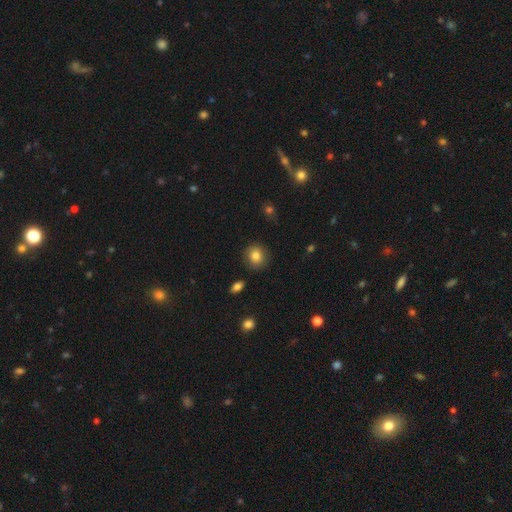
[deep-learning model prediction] Q: Smooth or featured?
A: smooth (83%); runner-up: star or artifact (9%)
Q: How rounded?
A: round (81%); runner-up: in between (18%)
Q: Merging?
A: none (87%); runner-up: minor disturbance (9%)